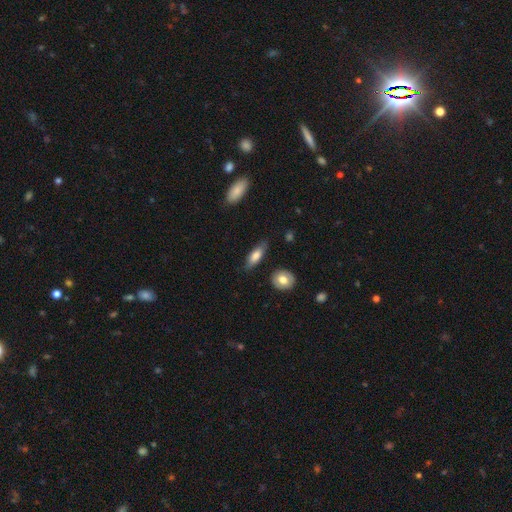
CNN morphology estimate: Smooth or featured? Predicted: smooth (p=0.71). How rounded? Predicted: in between (p=0.63). Merging? Predicted: none (p=0.78).